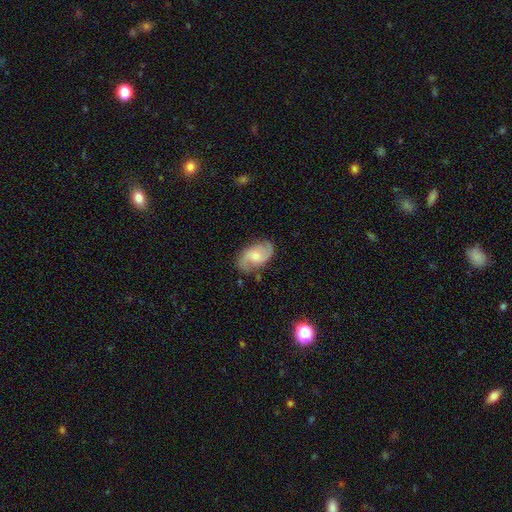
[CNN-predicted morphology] The model was most divided on "spiral winding": medium: 44%, loose: 40%, tight: 16%. More confident: edge-on disk — no (97%); spiral arms — yes (94%); spiral arm count — 2 (90%); merging — none (79%); smooth or featured — featured or disk (73%); bar — no (51%); bulge size — moderate (51%).